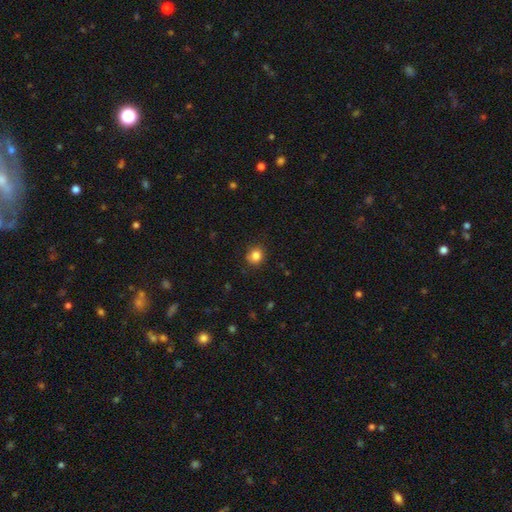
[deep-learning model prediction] Overall: smooth (84%). How rounded: round (82%). Merging: none (85%).